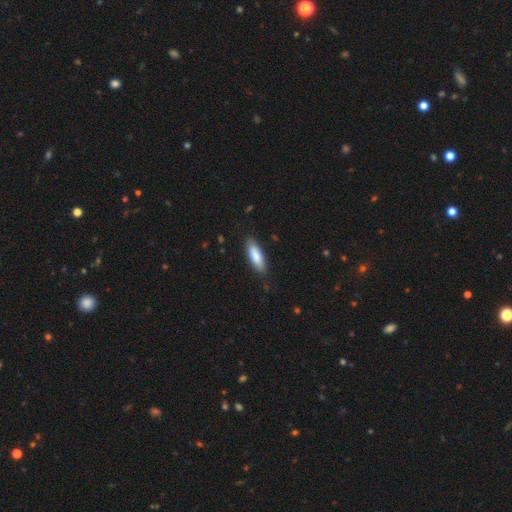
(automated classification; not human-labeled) Smooth or featured: smooth — 84% (featured or disk — 11%)
How rounded: in between — 56% (cigar-shaped — 42%)
Merging: none — 85% (minor disturbance — 11%)